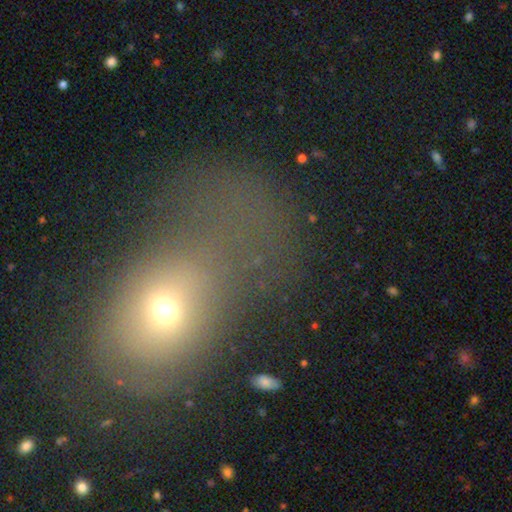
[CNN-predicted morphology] A smooth galaxy with no disk features (53%) that is in between round and cigar-shaped (52%). Merging: major disturbance (41%).